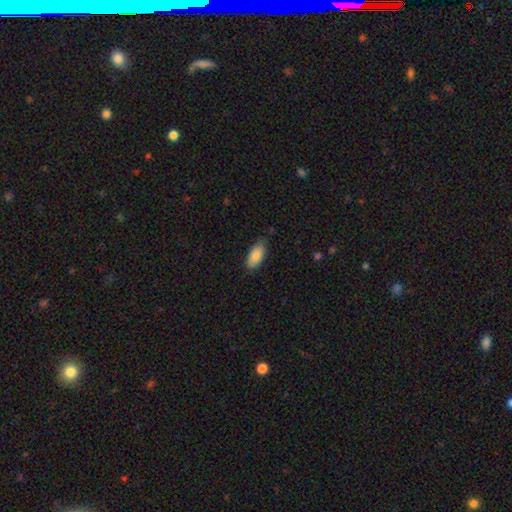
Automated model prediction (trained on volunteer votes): smooth_or_featured: smooth (p=0.87) [alt: featured or disk p=0.07]
how_rounded: in between (p=0.90) [alt: cigar-shaped p=0.08]
merging: none (p=0.81) [alt: minor disturbance p=0.15]